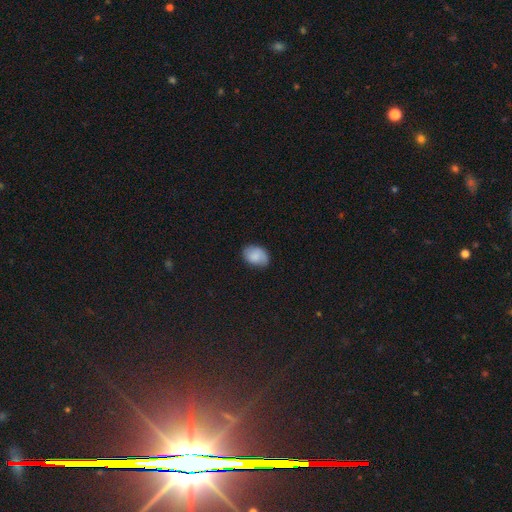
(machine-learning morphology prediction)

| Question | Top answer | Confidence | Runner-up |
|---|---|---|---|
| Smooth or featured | smooth | 76% | featured or disk (16%) |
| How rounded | in between | 81% | round (18%) |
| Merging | none | 73% | minor disturbance (22%) |